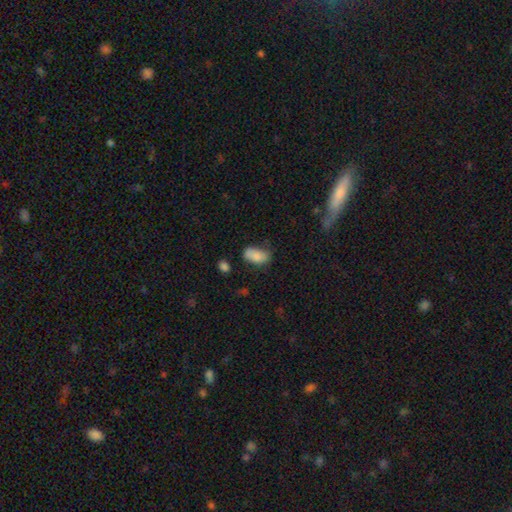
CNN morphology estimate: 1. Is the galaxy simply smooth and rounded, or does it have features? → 85% smooth, 8% featured or disk, 8% star or artifact.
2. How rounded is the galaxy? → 92% in between, 5% round, 2% cigar-shaped.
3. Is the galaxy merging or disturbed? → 61% none, 27% minor disturbance, 7% major disturbance, 4% merger.